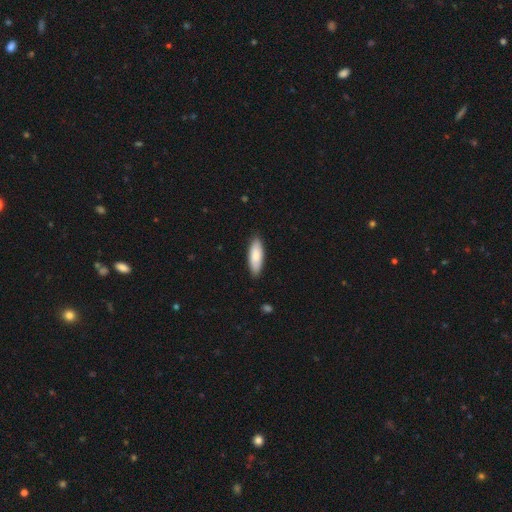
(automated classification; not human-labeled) This is clearly a smooth galaxy (83%). How rounded: likely in between (62%). Merging: clearly none (87%).